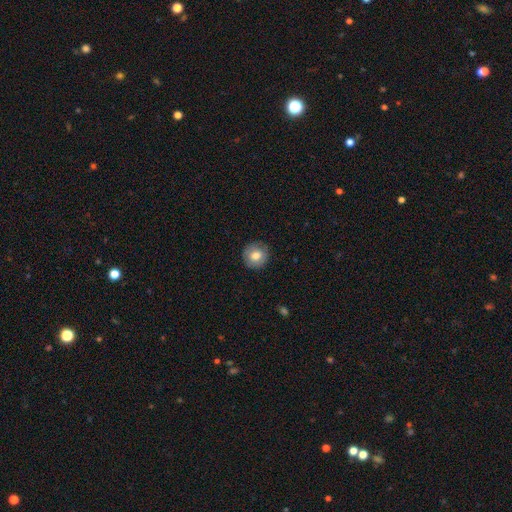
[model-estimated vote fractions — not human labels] Q: Smooth or featured?
A: smooth (77%); runner-up: featured or disk (15%)
Q: How rounded?
A: round (93%); runner-up: in between (6%)
Q: Merging?
A: none (87%); runner-up: minor disturbance (10%)